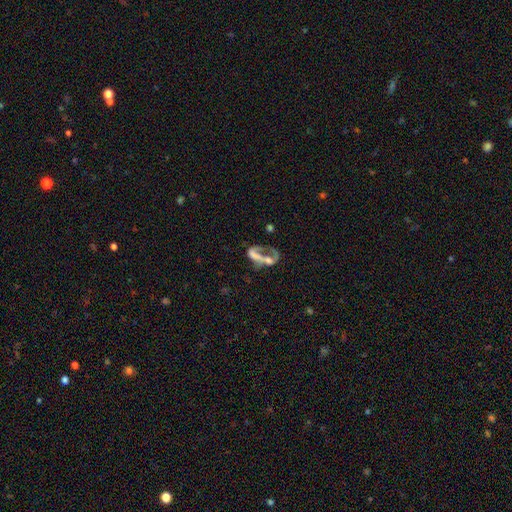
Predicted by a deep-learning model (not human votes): featured or disk 57%, smooth 29%, star or artifact 14%. Down the decision tree: edge-on disk — no (95%); bar — no (72%); spiral arms — no (71%); bulge size — none (55%); merging — major disturbance (39%).